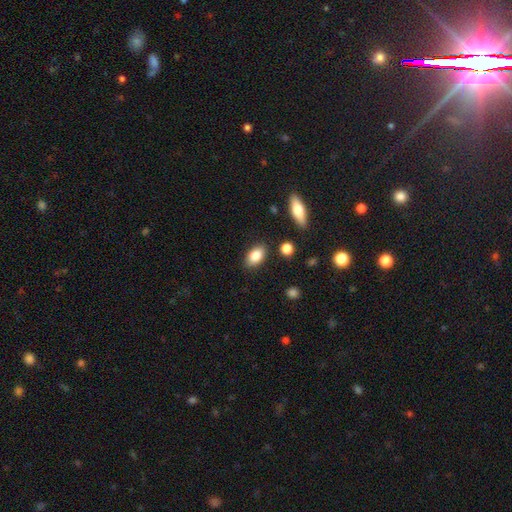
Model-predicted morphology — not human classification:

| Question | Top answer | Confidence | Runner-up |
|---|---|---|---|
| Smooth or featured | smooth | 85% | star or artifact (8%) |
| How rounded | in between | 89% | round (8%) |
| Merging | none | 84% | minor disturbance (10%) |